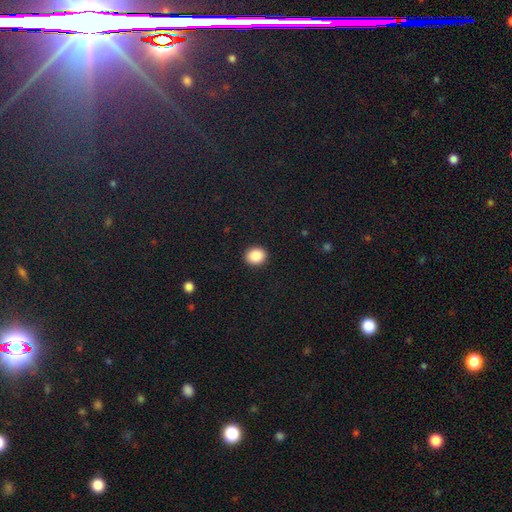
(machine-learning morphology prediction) Smooth or featured?
  - smooth: 87% *
  - star or artifact: 9%
  - featured or disk: 4%
How rounded?
  - round: 66% *
  - in between: 33%
  - cigar-shaped: 1%
Merging?
  - none: 92% *
  - minor disturbance: 6%
  - major disturbance: 2%
  - merger: 1%